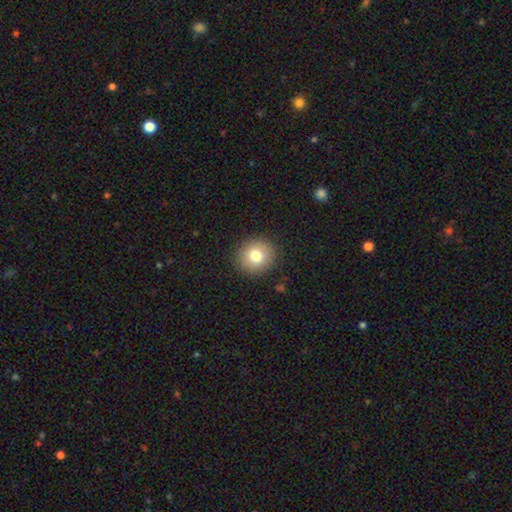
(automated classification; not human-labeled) A smooth galaxy with no disk features (78%) that is round (89%). Merging: none (91%).